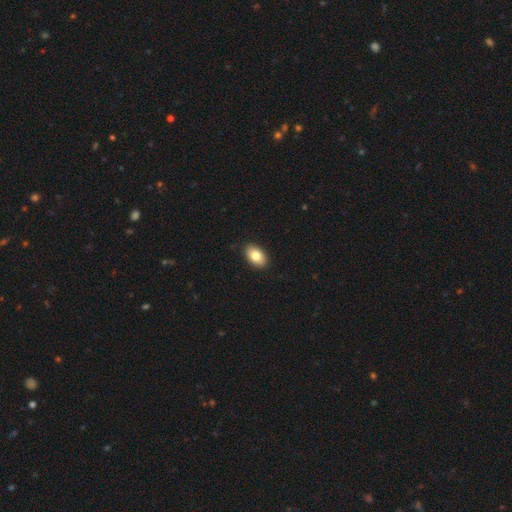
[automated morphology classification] A smooth galaxy with no disk features (82%) that is in between round and cigar-shaped (91%). Merging: none (90%).